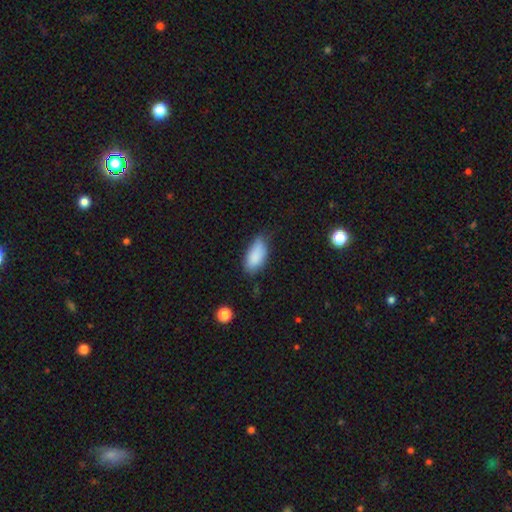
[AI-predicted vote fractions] Q: Smooth or featured?
A: smooth (86%); runner-up: star or artifact (7%)
Q: How rounded?
A: in between (91%); runner-up: cigar-shaped (6%)
Q: Merging?
A: none (57%); runner-up: minor disturbance (34%)